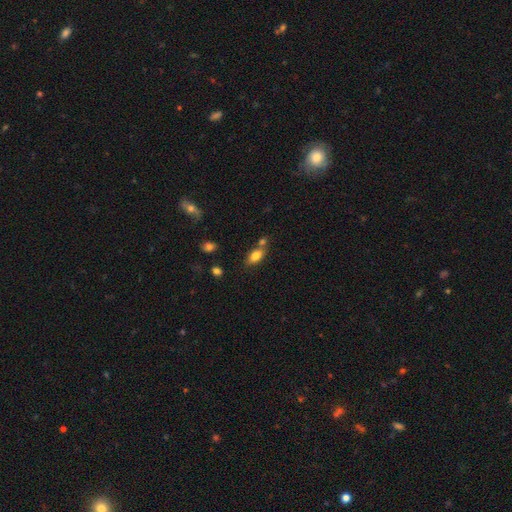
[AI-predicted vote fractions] Smooth or featured: smooth — 79% (featured or disk — 13%)
How rounded: in between — 85% (cigar-shaped — 7%)
Merging: none — 57% (merger — 24%)